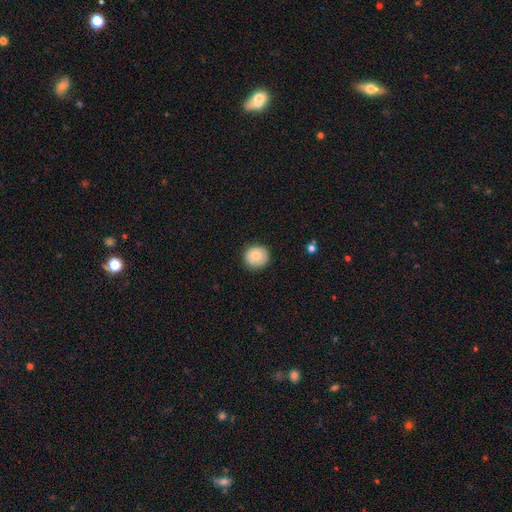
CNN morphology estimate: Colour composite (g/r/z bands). It shows a smooth galaxy with no disk features (76%) that is round (91%). Merging: none (87%).